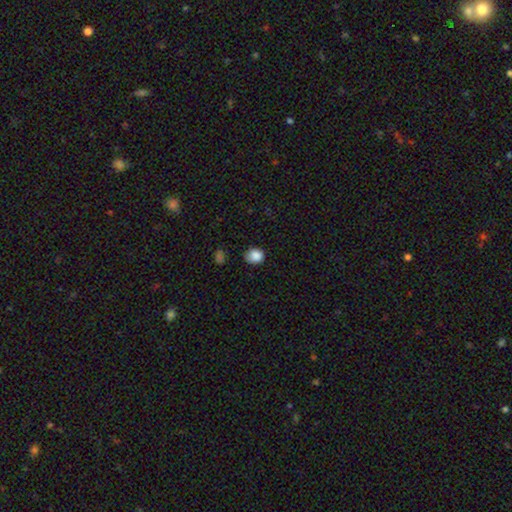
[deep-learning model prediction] smooth_or_featured: smooth (p=0.86) [alt: star or artifact p=0.10]
how_rounded: round (p=0.64) [alt: in between p=0.35]
merging: none (p=0.65) [alt: minor disturbance p=0.27]